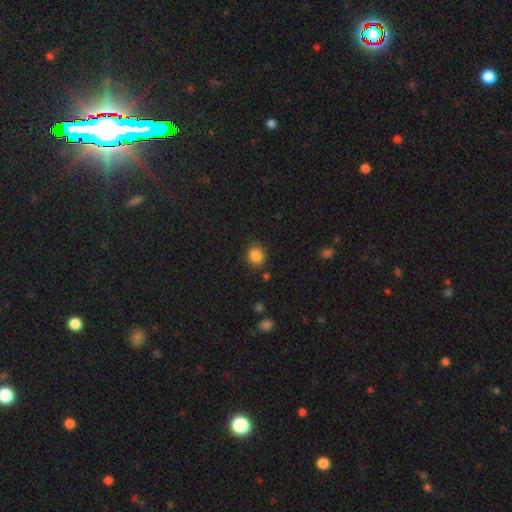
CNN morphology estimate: type=smooth (86%); roundness=round (60%); merging=none (78%).